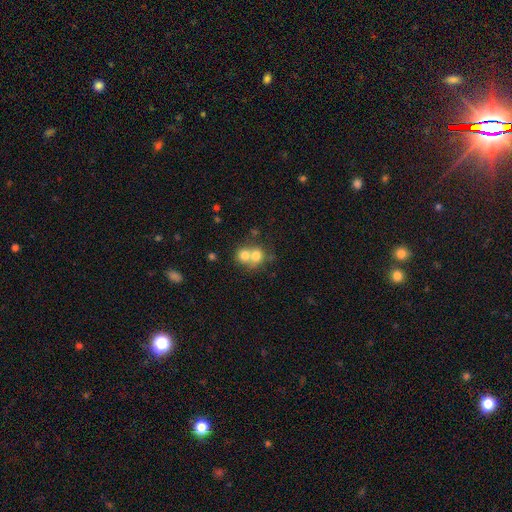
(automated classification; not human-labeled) smooth 71%, featured or disk 18%, star or artifact 11%. Down the decision tree: how rounded — round (78%); merging — merger (65%).